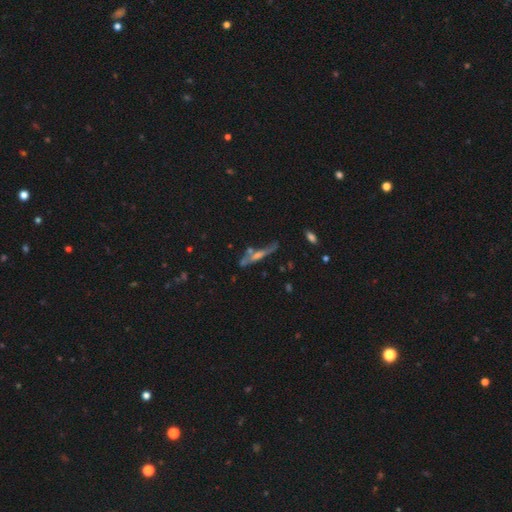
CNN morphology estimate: featured or disk 61%, smooth 27%, star or artifact 12%. Down the decision tree: edge-on disk — yes (83%); edge-on bulge — rounded (64%); merging — none (63%).